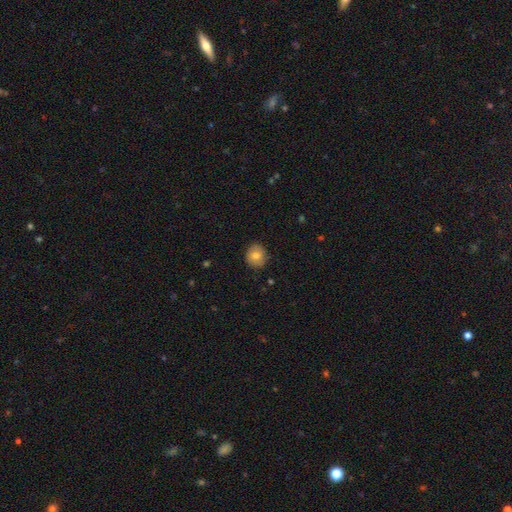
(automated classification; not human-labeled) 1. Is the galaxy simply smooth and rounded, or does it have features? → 74% smooth, 17% featured or disk, 8% star or artifact.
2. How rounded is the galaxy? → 77% round, 22% in between, 1% cigar-shaped.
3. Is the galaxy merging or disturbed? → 84% none, 12% minor disturbance, 2% major disturbance, 1% merger.